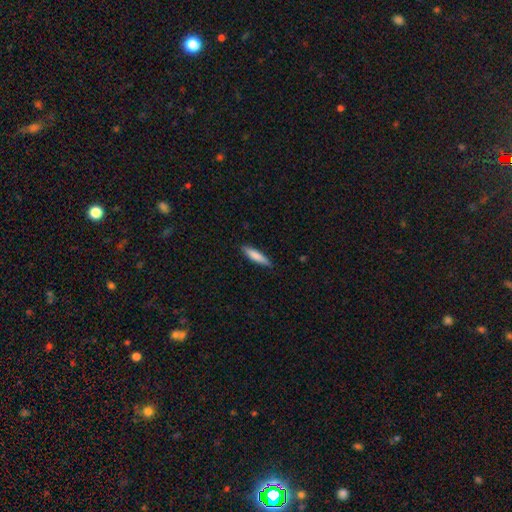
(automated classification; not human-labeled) Overall: smooth (81%). How rounded: cigar-shaped (82%). Merging: none (87%).